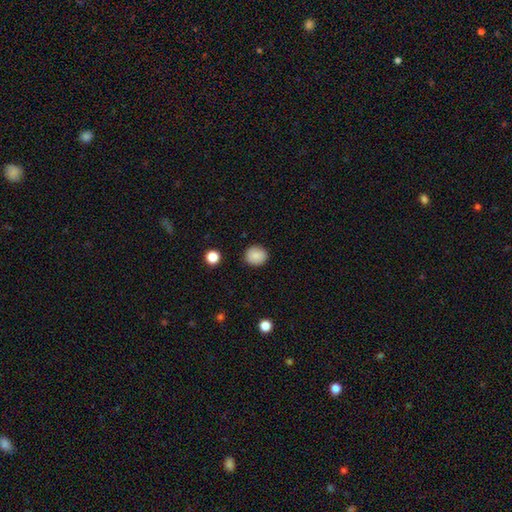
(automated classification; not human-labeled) Smooth or featured: smooth — 87% (star or artifact — 8%)
How rounded: round — 85% (in between — 14%)
Merging: none — 90% (minor disturbance — 7%)